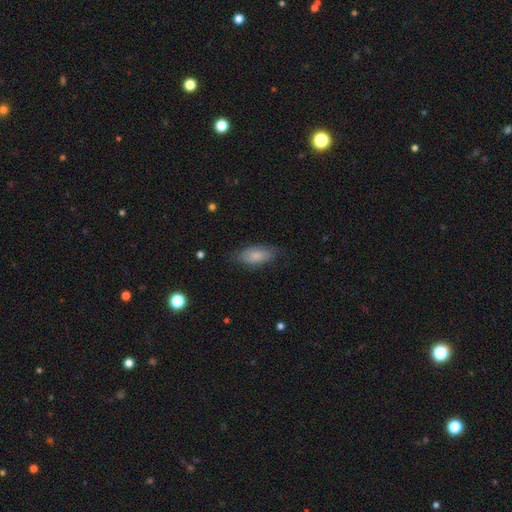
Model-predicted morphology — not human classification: Smooth or featured?
  - smooth: 76% *
  - featured or disk: 18%
  - star or artifact: 6%
How rounded?
  - in between: 87% *
  - cigar-shaped: 10%
  - round: 3%
Merging?
  - none: 72% *
  - minor disturbance: 22%
  - major disturbance: 5%
  - merger: 1%